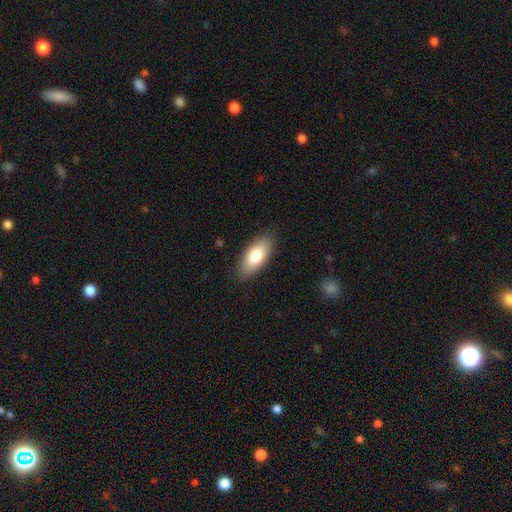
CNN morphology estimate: Smooth or featured: smooth — 79% (featured or disk — 15%)
How rounded: in between — 84% (cigar-shaped — 13%)
Merging: none — 87% (minor disturbance — 10%)